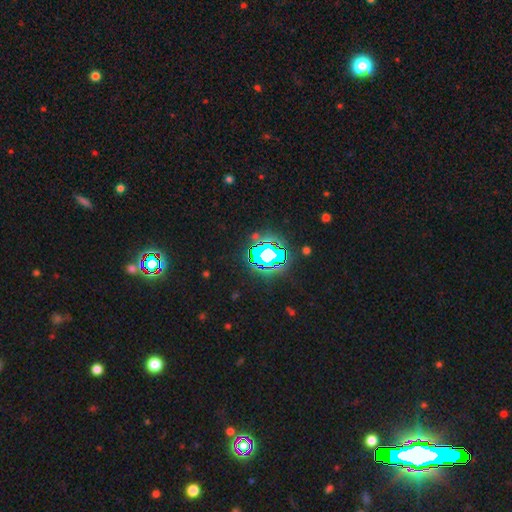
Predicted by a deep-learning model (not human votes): Morphology: type=star or artifact (72%).